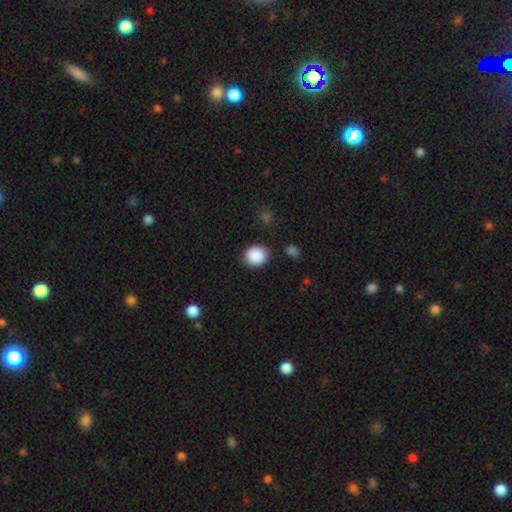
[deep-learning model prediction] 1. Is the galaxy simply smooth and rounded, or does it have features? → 89% smooth, 8% star or artifact, 3% featured or disk.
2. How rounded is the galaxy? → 77% round, 22% in between, 1% cigar-shaped.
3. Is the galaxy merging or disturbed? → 87% none, 8% minor disturbance, 3% major disturbance, 2% merger.